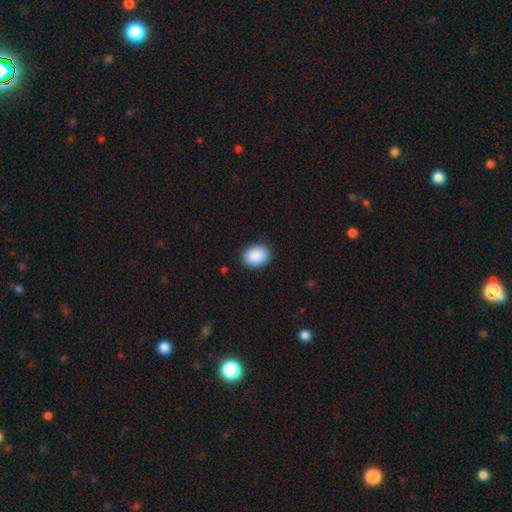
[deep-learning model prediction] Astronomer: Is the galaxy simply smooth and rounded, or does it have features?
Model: smooth — 90%.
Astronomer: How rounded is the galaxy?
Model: in between — 61% (runner-up: round, 38%).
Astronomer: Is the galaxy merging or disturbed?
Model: none — 88%.